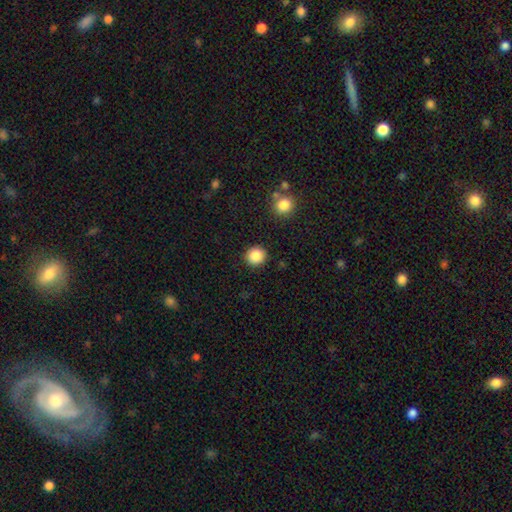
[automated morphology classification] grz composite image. It shows a smooth galaxy with no disk features (87%) that is round (90%). Merging: none (90%).